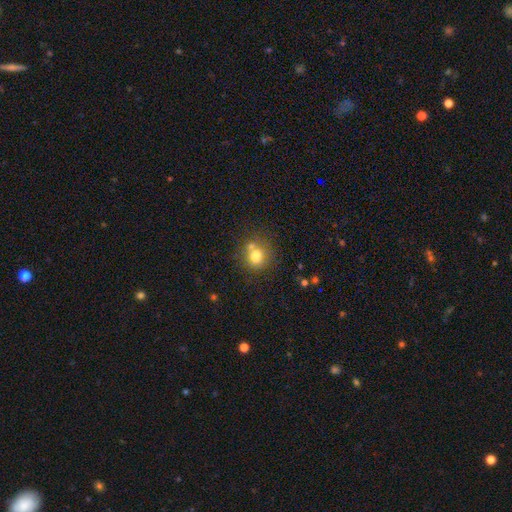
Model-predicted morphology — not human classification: smooth-or-featured: smooth: 76% | star or artifact: 12% | featured or disk: 12%
  how-rounded: round: 78% | in between: 21% | cigar-shaped: 1%
  merging: none: 56% | merger: 27% | minor disturbance: 13% | major disturbance: 5%